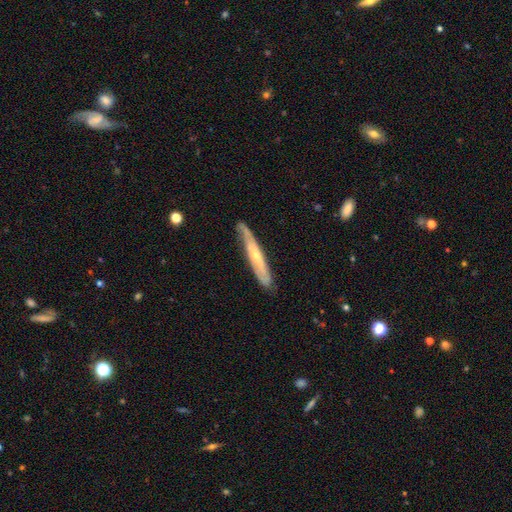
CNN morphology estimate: featured or disk 65%, smooth 29%, star or artifact 6%. Down the decision tree: edge-on disk — yes (66%); merging — none (73%).